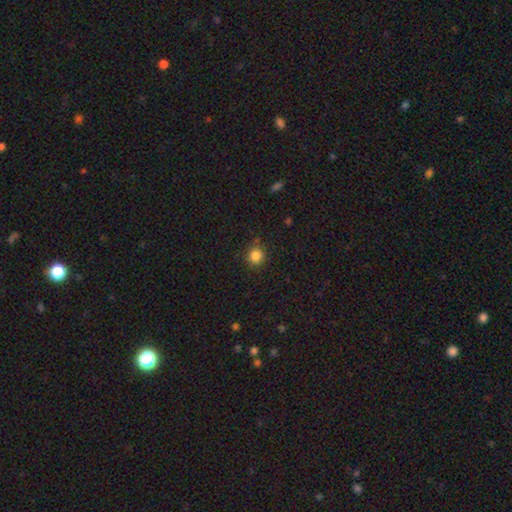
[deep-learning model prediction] A smooth galaxy with no disk features (84%) that is round (89%).

Vote fractions:
- Smooth or featured? smooth: 84% / star or artifact: 12% / featured or disk: 4%
- How rounded? round: 89% / in between: 10% / cigar-shaped: 1%
- Merging? none: 84% / minor disturbance: 11% / major disturbance: 3% / merger: 2%